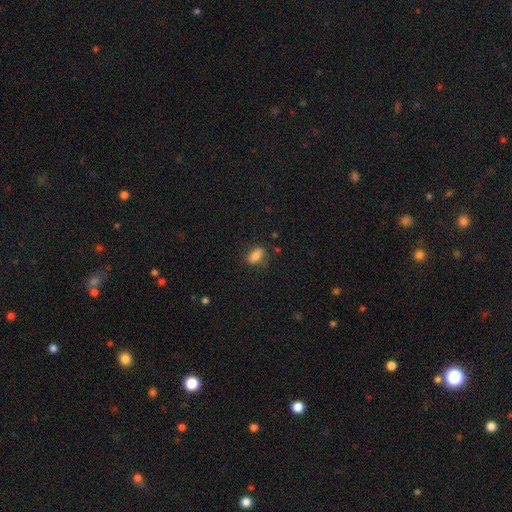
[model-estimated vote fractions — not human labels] Overall: smooth (80%). How rounded: in between (84%). Merging: none (72%).